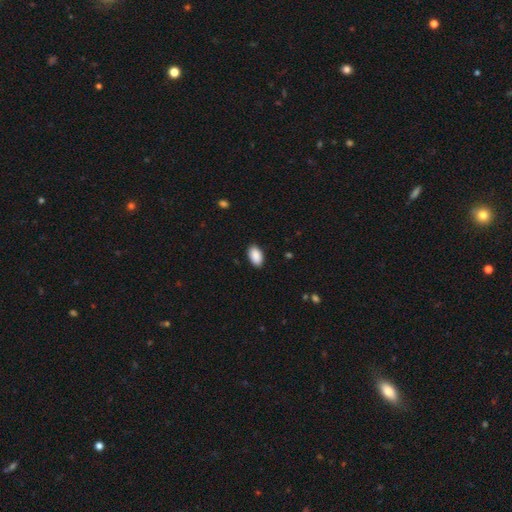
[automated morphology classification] smooth-or-featured: smooth: 91% | star or artifact: 6% | featured or disk: 3%
  how-rounded: in between: 95% | round: 4% | cigar-shaped: 2%
  merging: none: 89% | minor disturbance: 9% | major disturbance: 2% | merger: 1%